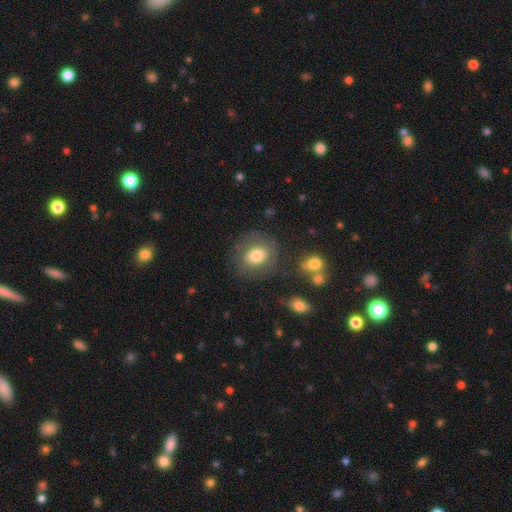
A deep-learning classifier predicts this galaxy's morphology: This is likely a smooth galaxy (71%). How rounded: likely round (61%). Merging: likely none (70%).